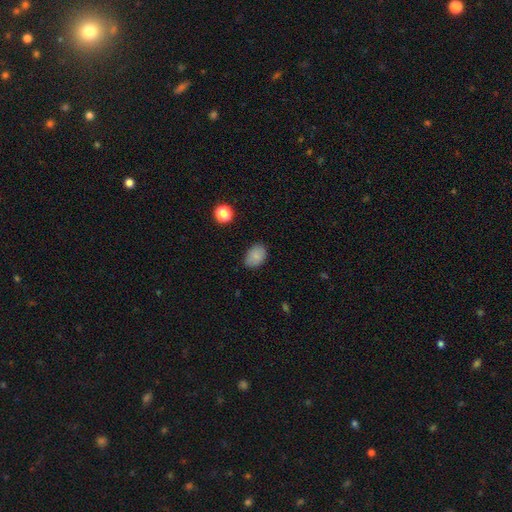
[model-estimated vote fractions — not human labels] The model was most divided on "how rounded": in between: 80%, round: 19%, cigar-shaped: 1%. More confident: smooth or featured — smooth (84%); merging — none (80%).